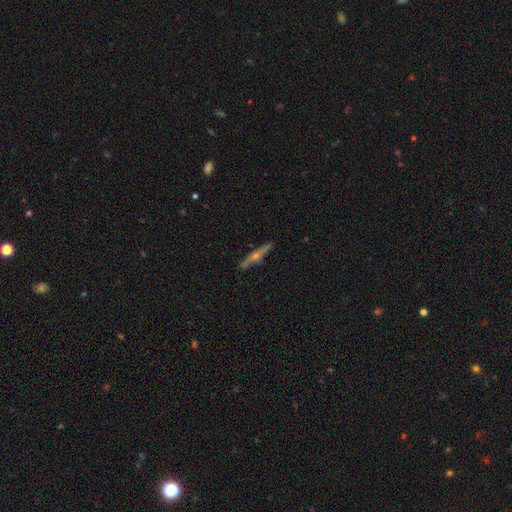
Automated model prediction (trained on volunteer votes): The model was most divided on "smooth or featured": featured or disk: 74%, smooth: 19%, star or artifact: 7%. More confident: edge-on disk — yes (96%); merging — none (88%); edge-on bulge — rounded (88%).